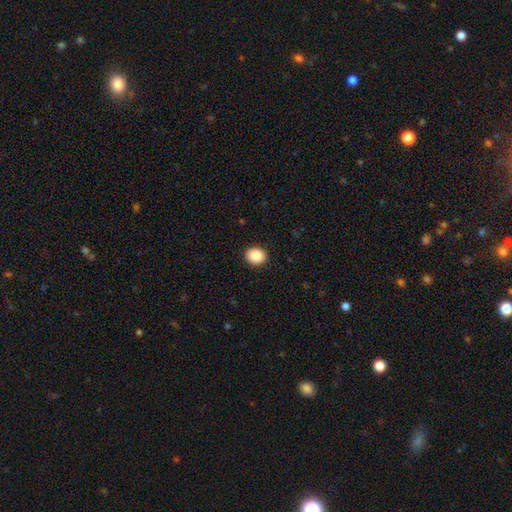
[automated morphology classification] Smooth or featured? smooth (89%)
How rounded? round (66%)
Merging? none (92%)